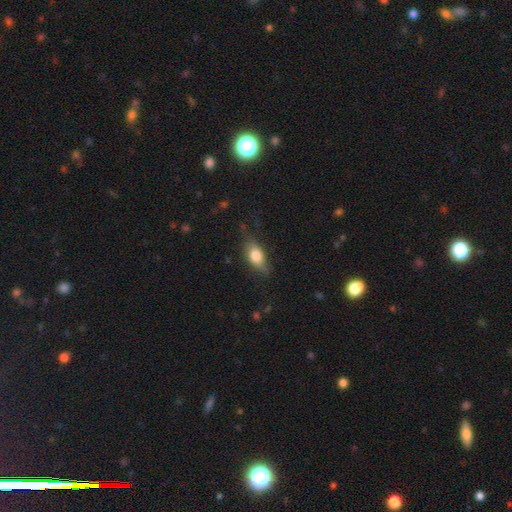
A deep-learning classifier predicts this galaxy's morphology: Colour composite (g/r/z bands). It shows a smooth galaxy with no disk features (74%) that is in between round and cigar-shaped (81%). Merging: none (63%).